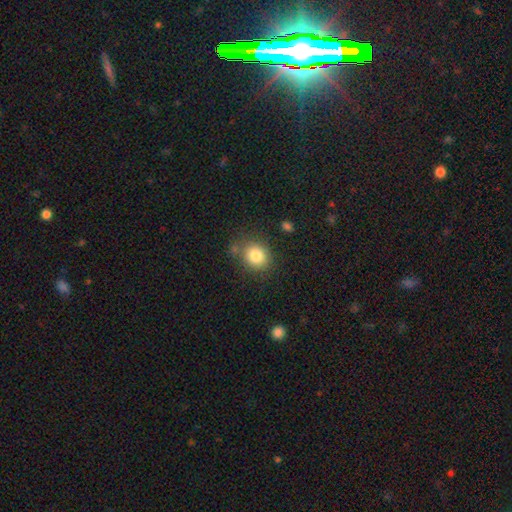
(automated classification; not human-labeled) Overall: smooth (83%). How rounded: round (71%). Merging: none (77%).